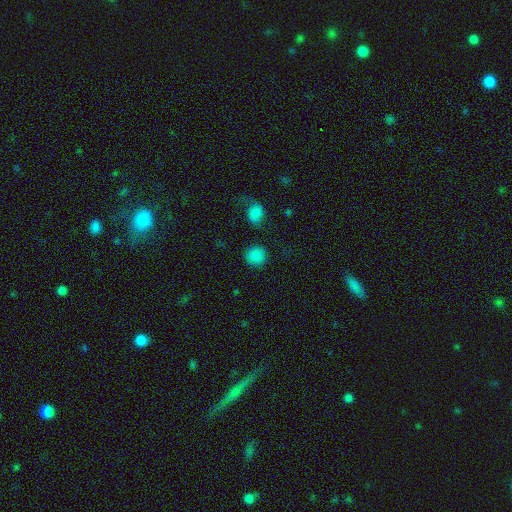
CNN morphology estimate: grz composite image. It shows a smooth galaxy with no disk features (84%) that is round (90%). Merging: none (84%).